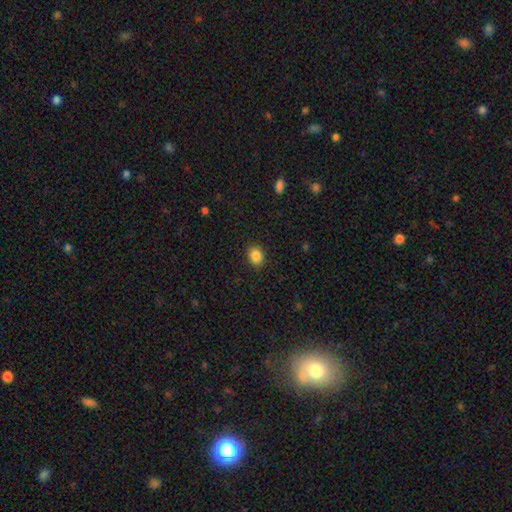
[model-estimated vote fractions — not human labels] Q: Smooth or featured?
A: smooth (87%); runner-up: star or artifact (9%)
Q: How rounded?
A: round (53%); runner-up: in between (46%)
Q: Merging?
A: none (89%); runner-up: minor disturbance (8%)